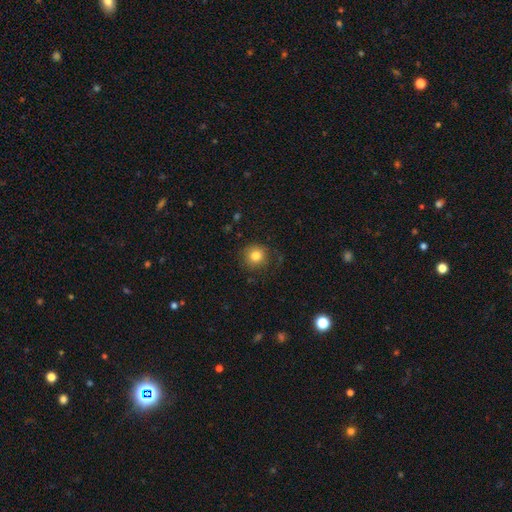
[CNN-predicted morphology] type=smooth (82%); roundness=round (90%); merging=none (78%).